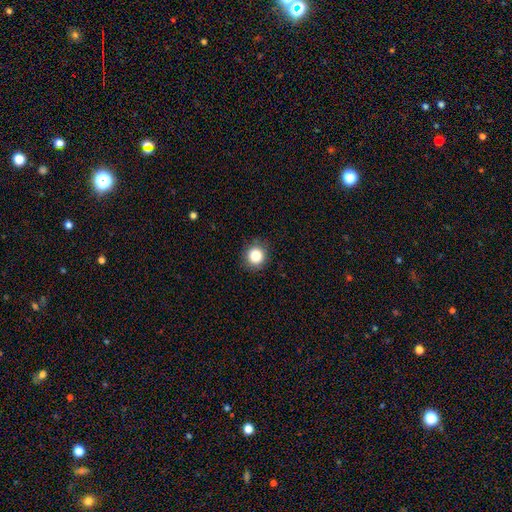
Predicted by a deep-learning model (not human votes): smooth-or-featured: smooth: 85% | star or artifact: 10% | featured or disk: 4%
  how-rounded: round: 90% | in between: 9% | cigar-shaped: 1%
  merging: none: 88% | minor disturbance: 8% | major disturbance: 2% | merger: 1%